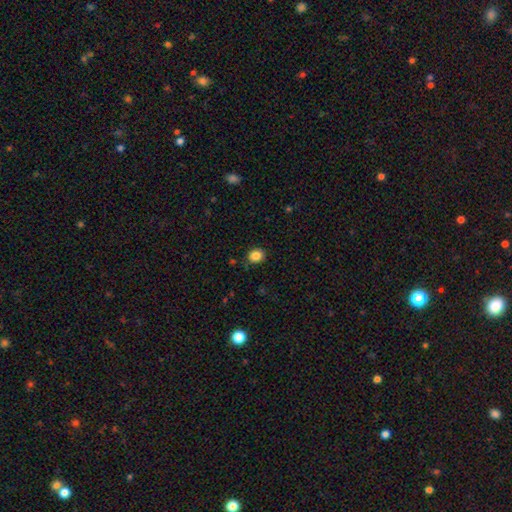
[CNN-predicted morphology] The model was most divided on "how rounded": round: 66%, in between: 33%, cigar-shaped: 1%. More confident: smooth or featured — smooth (86%); merging — none (85%).